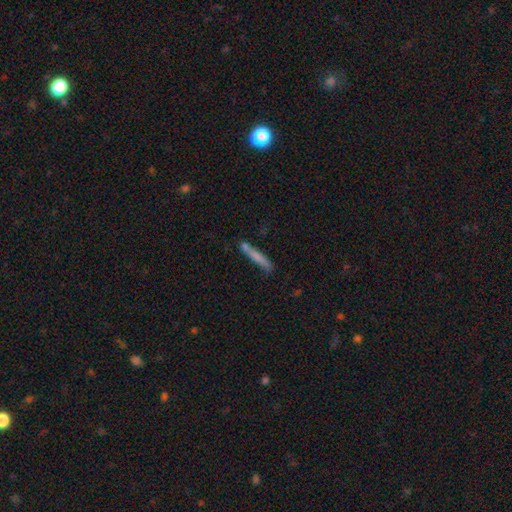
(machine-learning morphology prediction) Smooth or featured?
  - smooth: 66% *
  - featured or disk: 26%
  - star or artifact: 8%
How rounded?
  - cigar-shaped: 95% *
  - in between: 4%
  - round: 2%
Merging?
  - none: 72% *
  - minor disturbance: 14%
  - merger: 10%
  - major disturbance: 4%